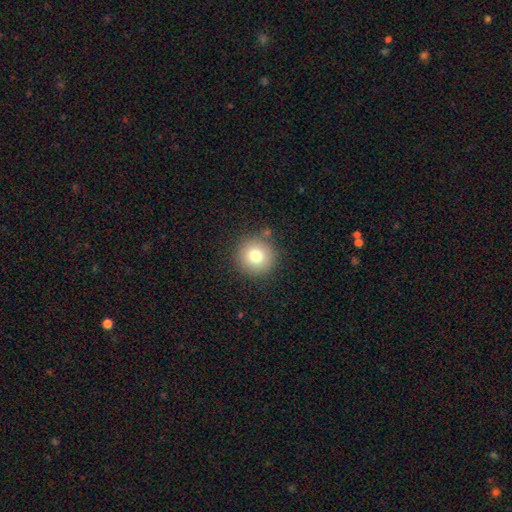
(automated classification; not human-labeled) smooth 76%, star or artifact 12%, featured or disk 12%. Down the decision tree: how rounded — round (95%); merging — none (86%).